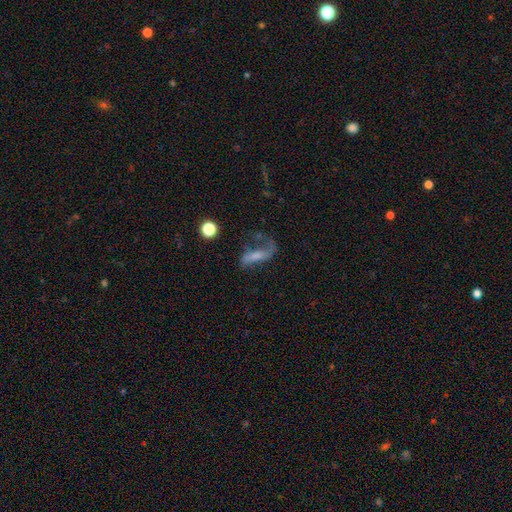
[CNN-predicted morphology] Smooth or featured? featured or disk (47%)
Merging? major disturbance (37%)